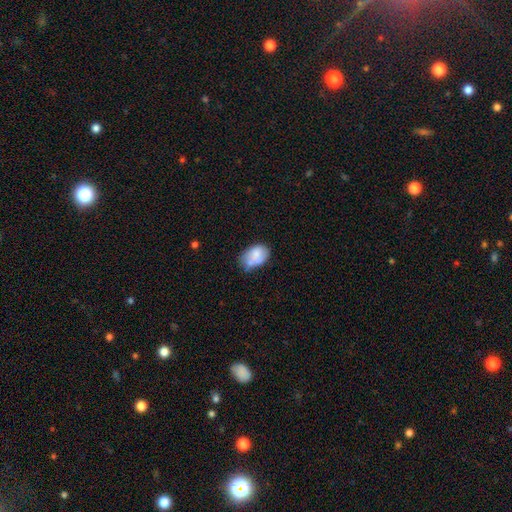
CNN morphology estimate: This is likely a smooth galaxy (73%). How rounded: clearly in between (84%). Merging: marginally none (42%).